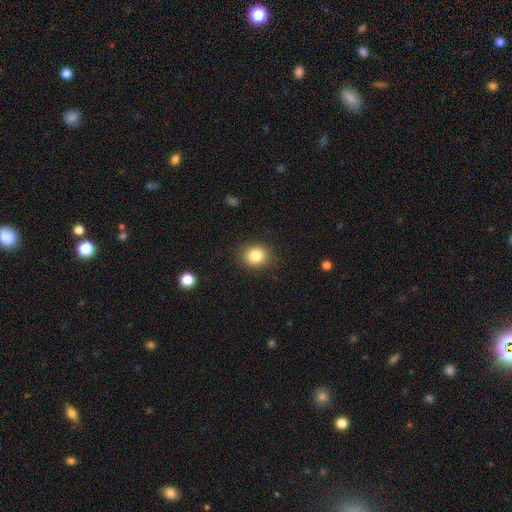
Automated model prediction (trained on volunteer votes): This appears to be a smooth galaxy with no disk features (84%) that is round (67%). Merging: none (87%).